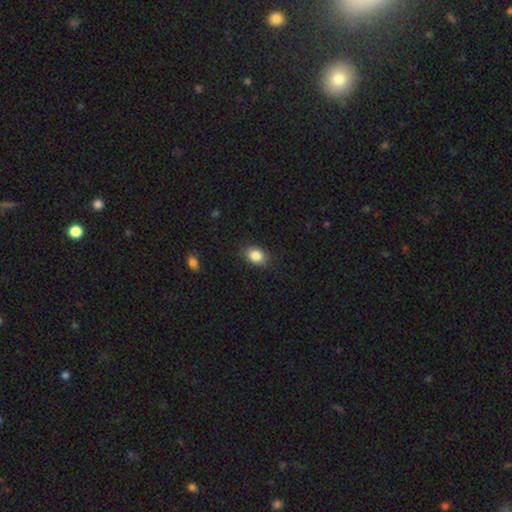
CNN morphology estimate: smooth 86%, star or artifact 9%, featured or disk 5%. Down the decision tree: how rounded — in between (65%); merging — none (85%).